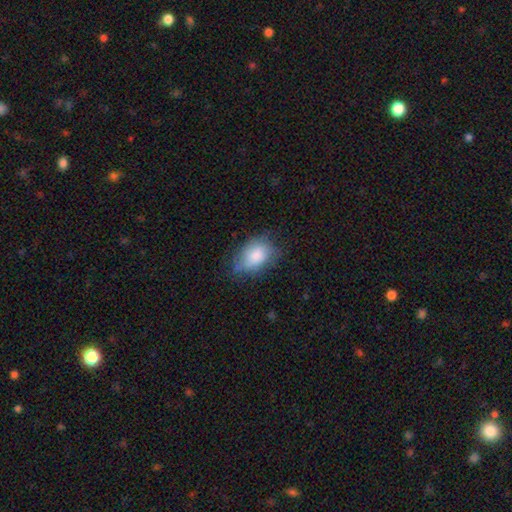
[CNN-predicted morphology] Overall: smooth (77%). How rounded: in between (85%). Merging: none (55%; minor disturbance 31%).